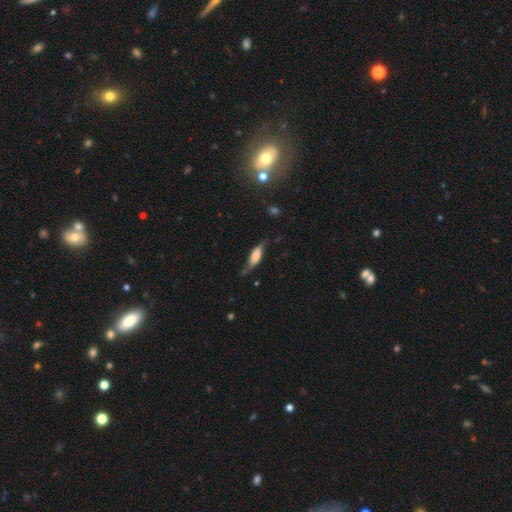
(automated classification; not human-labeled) Smooth or featured: featured or disk — 51% (smooth — 41%)
Edge-on disk: no — 51% (yes — 49%)
Merging: none — 55% (minor disturbance — 29%)